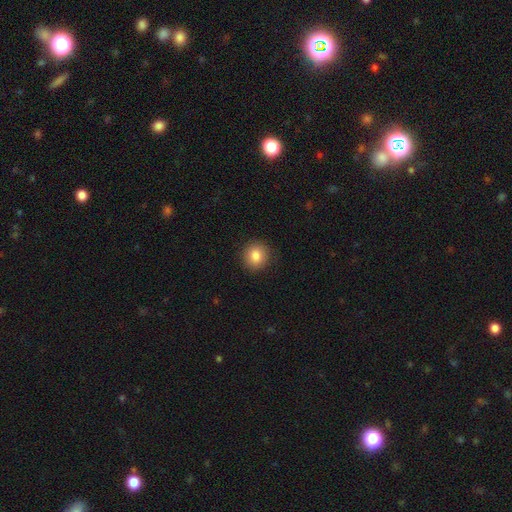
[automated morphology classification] Smooth or featured: smooth — 85% (star or artifact — 9%)
How rounded: round — 88% (in between — 11%)
Merging: none — 90% (minor disturbance — 7%)